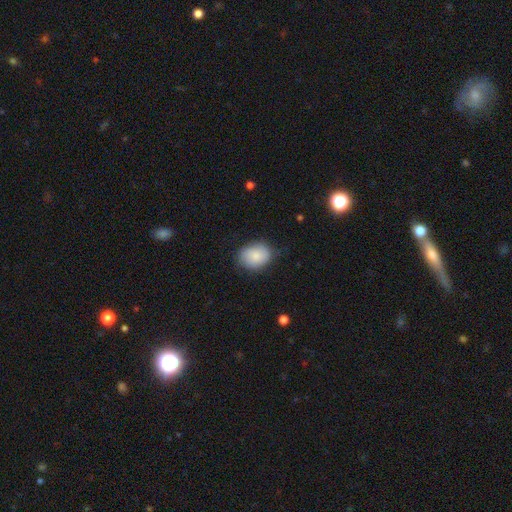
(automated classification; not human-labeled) smooth-or-featured: smooth: 83% | featured or disk: 11% | star or artifact: 7%
  how-rounded: in between: 55% | round: 45% | cigar-shaped: 1%
  merging: none: 74% | minor disturbance: 20% | major disturbance: 4% | merger: 1%